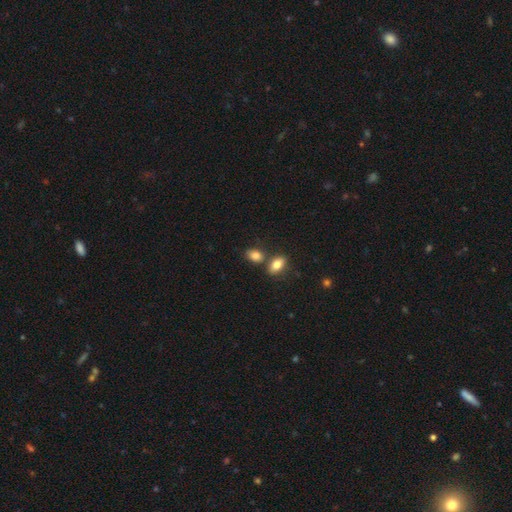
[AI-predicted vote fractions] The model was most divided on "merging": none: 62%, merger: 22%, minor disturbance: 13%, major disturbance: 4%. More confident: smooth or featured — smooth (84%); how rounded — in between (82%).